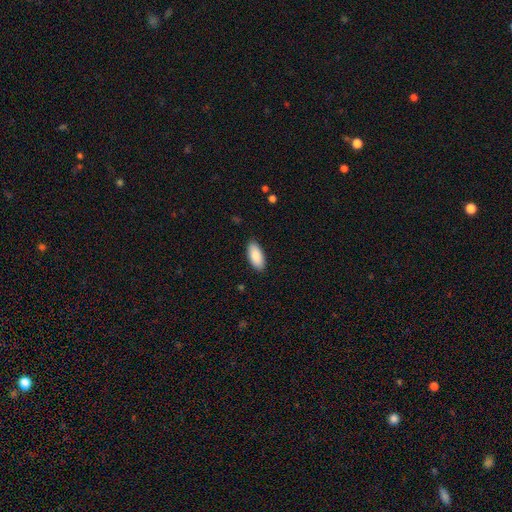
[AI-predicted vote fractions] Q: Smooth or featured?
A: smooth (88%); runner-up: featured or disk (6%)
Q: How rounded?
A: in between (90%); runner-up: cigar-shaped (9%)
Q: Merging?
A: none (89%); runner-up: minor disturbance (9%)